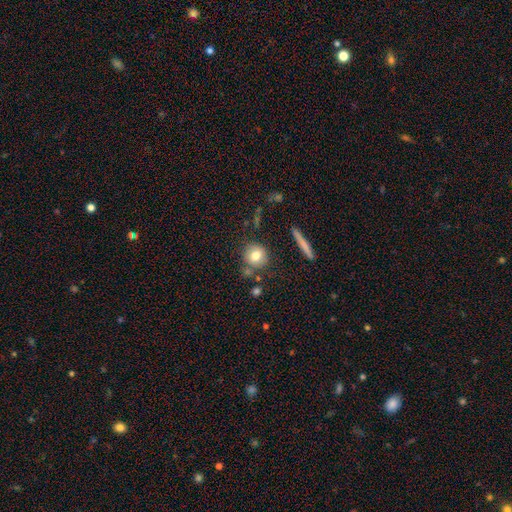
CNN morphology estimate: smooth-or-featured: smooth: 78% | featured or disk: 13% | star or artifact: 10%
  how-rounded: round: 87% | in between: 11% | cigar-shaped: 2%
  merging: none: 76% | minor disturbance: 12% | merger: 8% | major disturbance: 4%